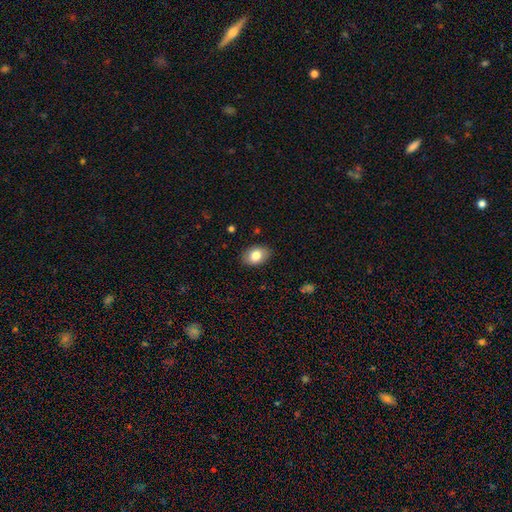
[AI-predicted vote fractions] Q: Smooth or featured?
A: smooth (82%); runner-up: featured or disk (11%)
Q: How rounded?
A: in between (80%); runner-up: round (19%)
Q: Merging?
A: none (87%); runner-up: minor disturbance (10%)